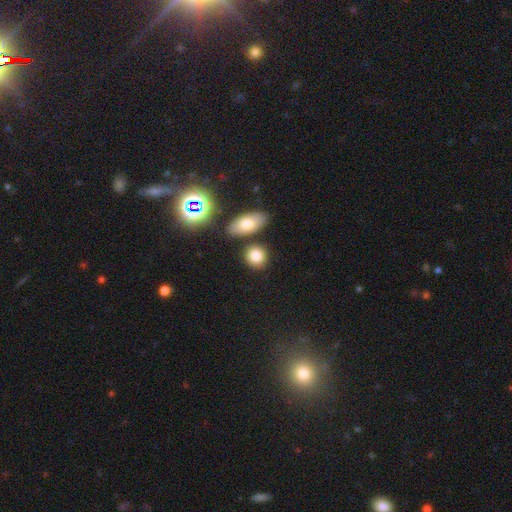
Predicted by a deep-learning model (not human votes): The model was most divided on "how rounded": round: 67%, in between: 31%, cigar-shaped: 2%. More confident: smooth or featured — smooth (81%); merging — none (77%).